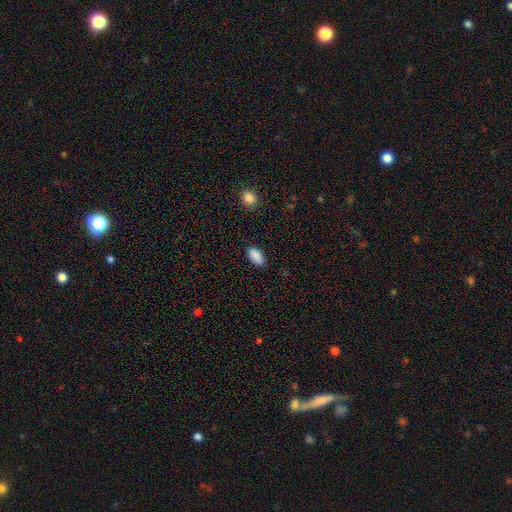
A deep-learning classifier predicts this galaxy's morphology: Q: Smooth or featured?
A: smooth (89%); runner-up: star or artifact (7%)
Q: How rounded?
A: in between (92%); runner-up: cigar-shaped (6%)
Q: Merging?
A: none (86%); runner-up: minor disturbance (10%)